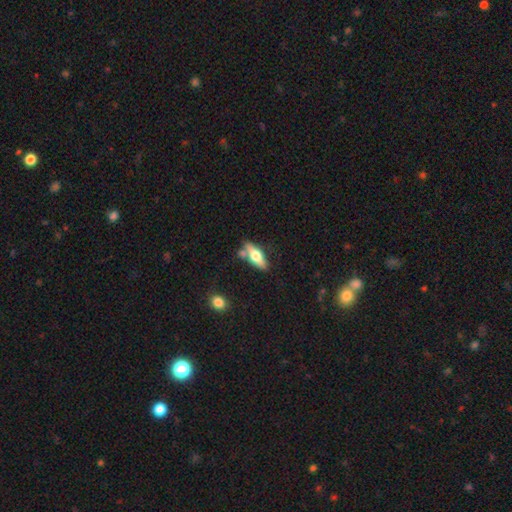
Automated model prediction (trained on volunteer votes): Smooth or featured? Predicted: smooth (p=0.50). Merging? Predicted: none (p=0.66).